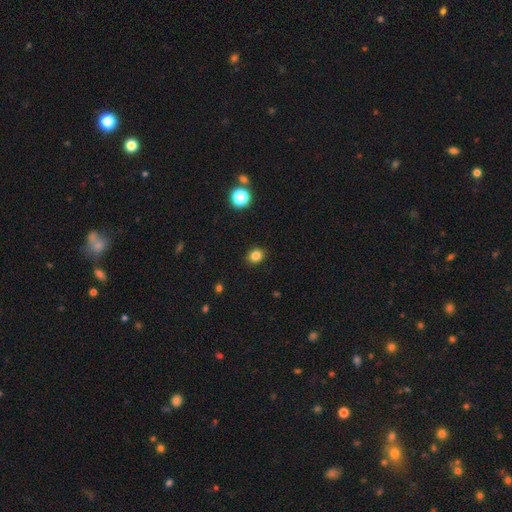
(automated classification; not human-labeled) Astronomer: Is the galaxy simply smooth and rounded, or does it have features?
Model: smooth — 82%.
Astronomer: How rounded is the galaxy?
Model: round — 62%.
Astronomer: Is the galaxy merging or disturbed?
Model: none — 90%.